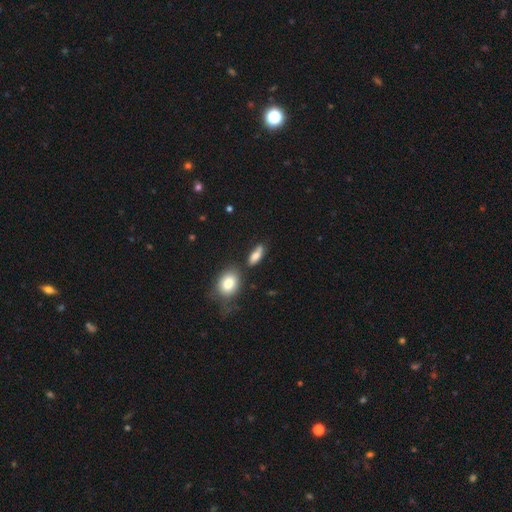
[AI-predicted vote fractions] Smooth or featured? Predicted: smooth (p=0.75). How rounded? Predicted: in between (p=0.70). Merging? Predicted: none (p=0.60).